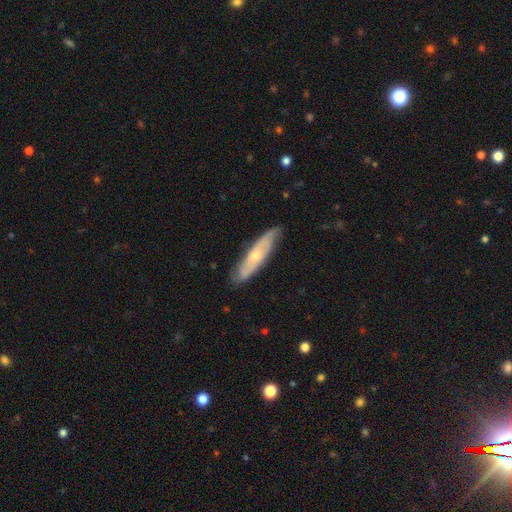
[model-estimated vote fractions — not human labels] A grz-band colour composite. It shows a featured or disk galaxy (56%). Merging: none (80%).